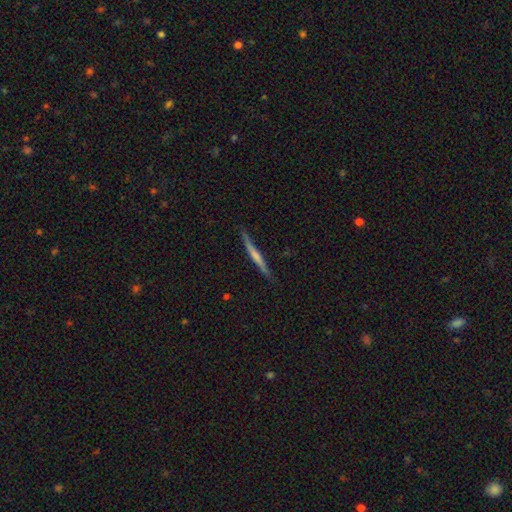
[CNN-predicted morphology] This appears to be a featured or disk galaxy (50%). Merging: none (84%).